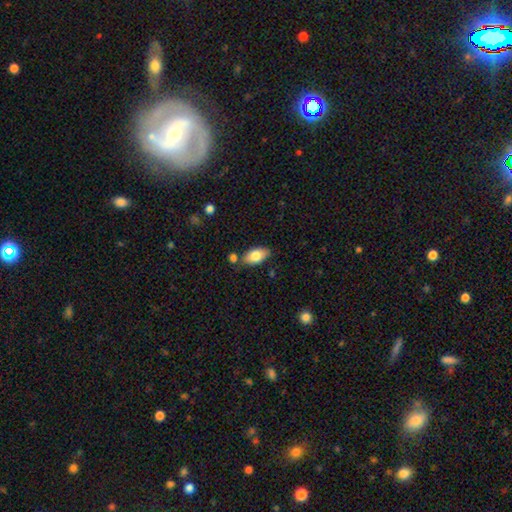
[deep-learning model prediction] Smooth or featured?
  - smooth: 79% *
  - featured or disk: 15%
  - star or artifact: 7%
How rounded?
  - in between: 92% *
  - cigar-shaped: 5%
  - round: 3%
Merging?
  - none: 74% *
  - minor disturbance: 14%
  - merger: 9%
  - major disturbance: 3%